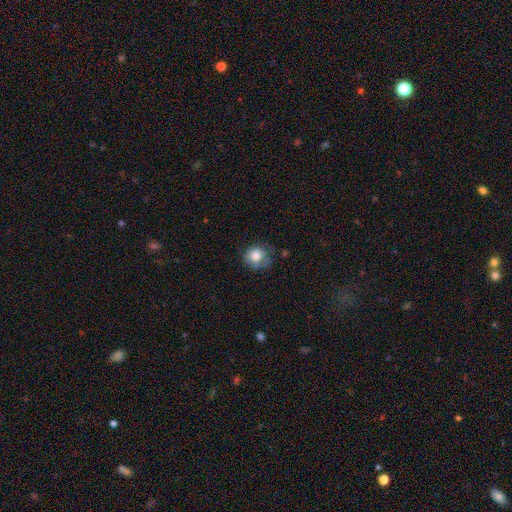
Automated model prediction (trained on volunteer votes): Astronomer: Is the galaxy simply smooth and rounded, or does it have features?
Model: smooth — 75%.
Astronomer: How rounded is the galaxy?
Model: round — 77%.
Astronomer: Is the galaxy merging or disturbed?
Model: none — 53% (runner-up: minor disturbance, 30%).